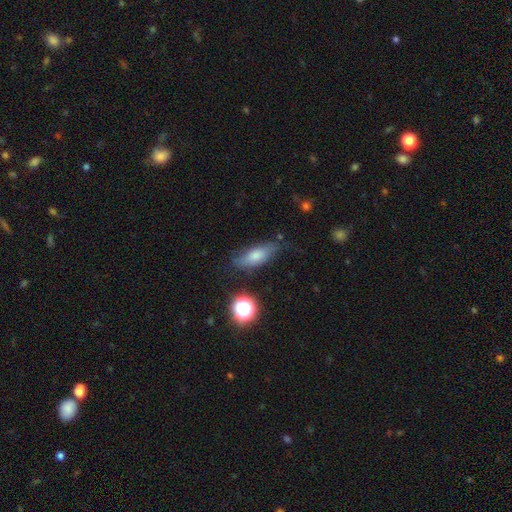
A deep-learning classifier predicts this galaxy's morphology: A smooth galaxy with no disk features (69%) that is in between round and cigar-shaped (69%).

Vote fractions:
- Smooth or featured? smooth: 69% / featured or disk: 21% / star or artifact: 11%
- How rounded? in between: 69% / cigar-shaped: 26% / round: 5%
- Merging? none: 67% / minor disturbance: 23% / major disturbance: 7% / merger: 3%